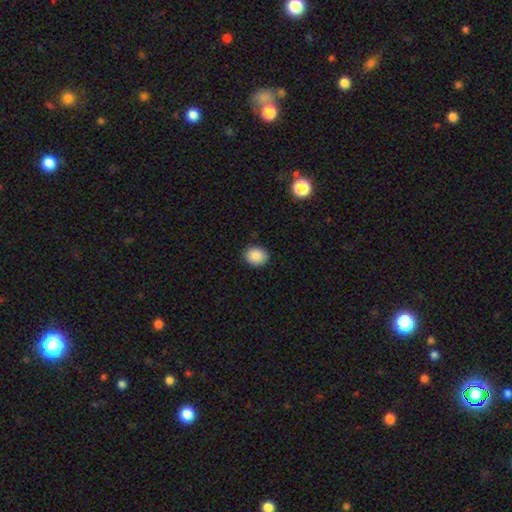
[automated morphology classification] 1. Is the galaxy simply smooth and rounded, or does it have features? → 89% smooth, 8% star or artifact, 3% featured or disk.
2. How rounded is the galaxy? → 61% round, 38% in between, 1% cigar-shaped.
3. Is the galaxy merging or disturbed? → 89% none, 8% minor disturbance, 2% major disturbance, 1% merger.